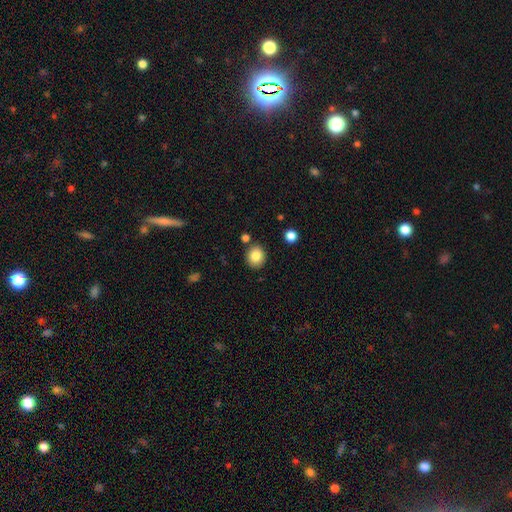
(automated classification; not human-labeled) smooth 85%, star or artifact 9%, featured or disk 6%. Down the decision tree: how rounded — round (73%); merging — none (85%).